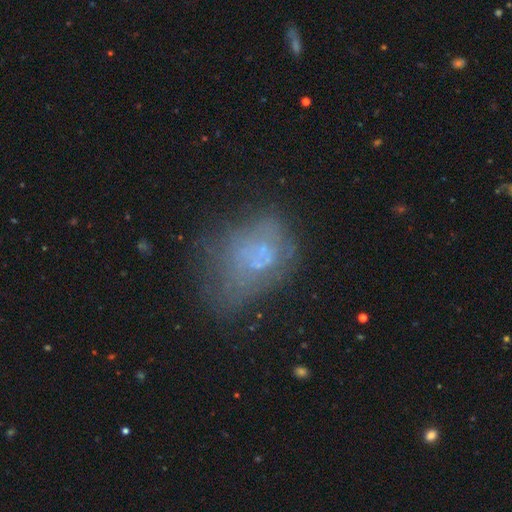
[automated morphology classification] Overall: featured or disk (43%; smooth 38%). Merging: none (34%; major disturbance 28%).